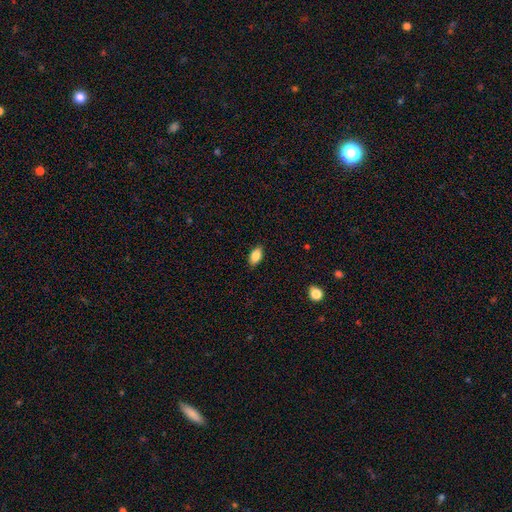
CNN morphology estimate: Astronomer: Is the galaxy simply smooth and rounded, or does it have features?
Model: smooth — 87%.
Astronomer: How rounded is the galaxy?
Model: in between — 91%.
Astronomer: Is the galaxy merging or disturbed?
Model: none — 88%.